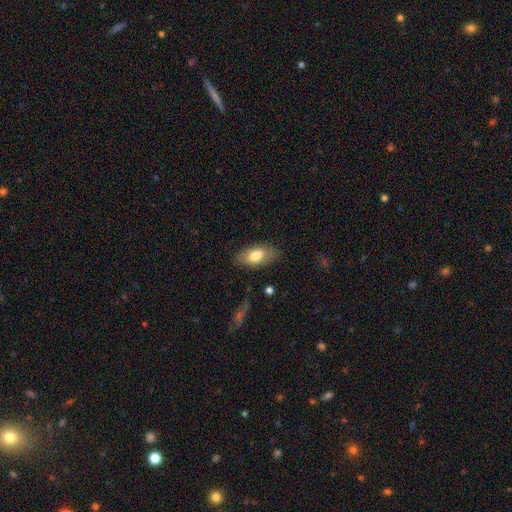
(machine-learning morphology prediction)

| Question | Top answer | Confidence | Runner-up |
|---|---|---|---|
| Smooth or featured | smooth | 77% | featured or disk (16%) |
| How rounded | in between | 92% | cigar-shaped (4%) |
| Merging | none | 82% | minor disturbance (13%) |